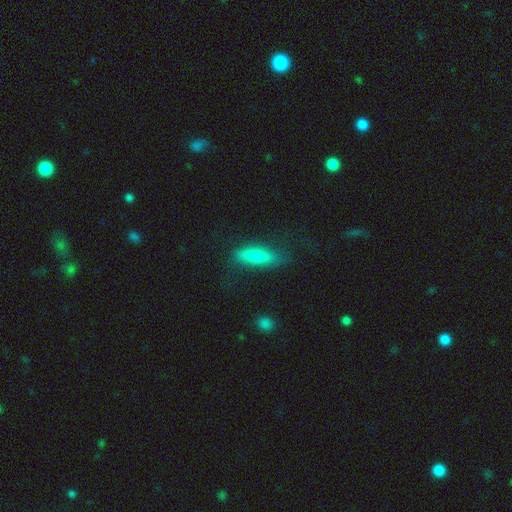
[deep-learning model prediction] Smooth or featured? smooth (68%)
How rounded? cigar-shaped (64%)
Merging? none (67%)